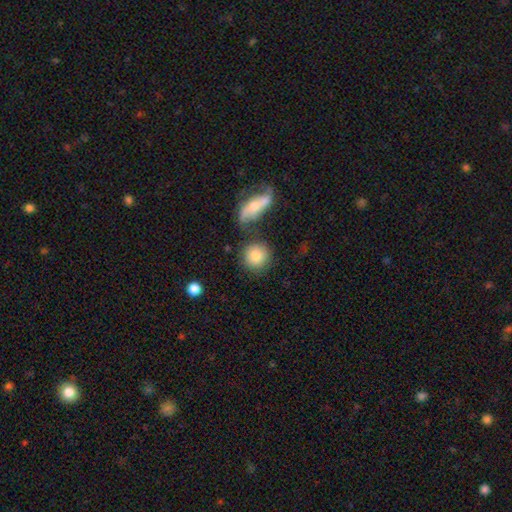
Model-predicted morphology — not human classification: Smooth or featured? smooth (80%)
How rounded? round (89%)
Merging? none (70%)